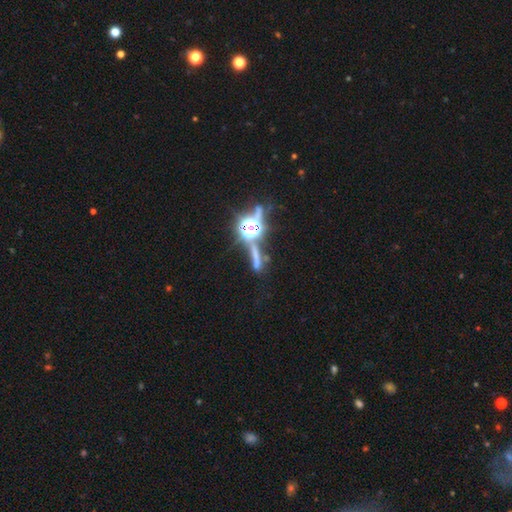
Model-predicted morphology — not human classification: Q: Smooth or featured?
A: star or artifact (50%); runner-up: smooth (31%)